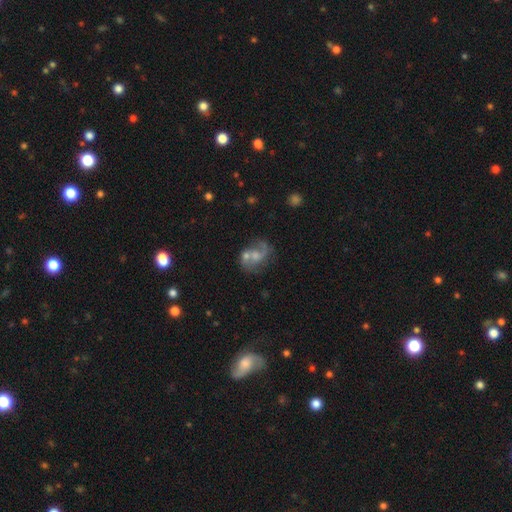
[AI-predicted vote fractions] Q: Smooth or featured?
A: featured or disk (65%); runner-up: smooth (21%)
Q: Edge-on disk?
A: no (97%); runner-up: yes (3%)
Q: Bar?
A: no (63%); runner-up: weak (31%)
Q: Spiral arms?
A: yes (80%); runner-up: no (20%)
Q: Spiral winding?
A: loose (50%); runner-up: medium (39%)
Q: Spiral arm count?
A: 2 (74%); runner-up: 1 (13%)
Q: Bulge size?
A: moderate (40%); runner-up: small (37%)
Q: Merging?
A: none (39%); runner-up: merger (34%)